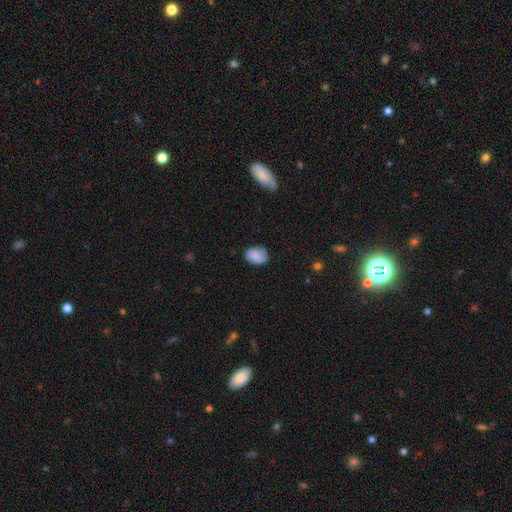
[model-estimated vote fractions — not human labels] Overall: smooth (82%). How rounded: in between (71%). Merging: none (76%).